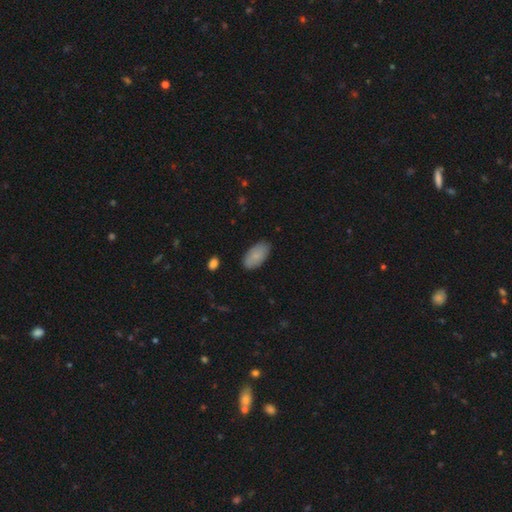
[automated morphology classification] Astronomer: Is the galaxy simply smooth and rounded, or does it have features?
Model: smooth — 84%.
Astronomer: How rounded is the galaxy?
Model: in between — 95%.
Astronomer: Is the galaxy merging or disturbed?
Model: none — 84%.